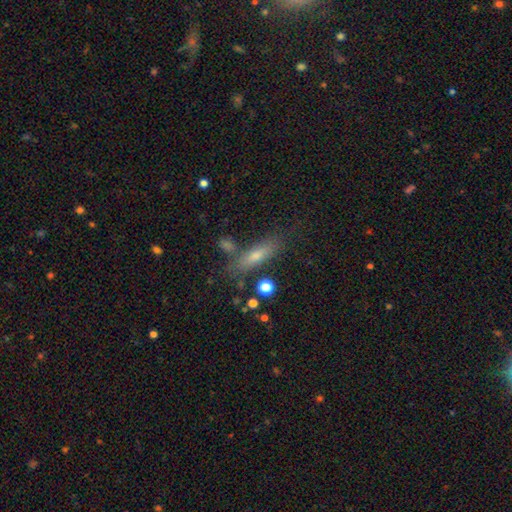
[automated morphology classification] Smooth or featured? Predicted: smooth (p=0.63). How rounded? Predicted: cigar-shaped (p=0.60). Merging? Predicted: none (p=0.70).